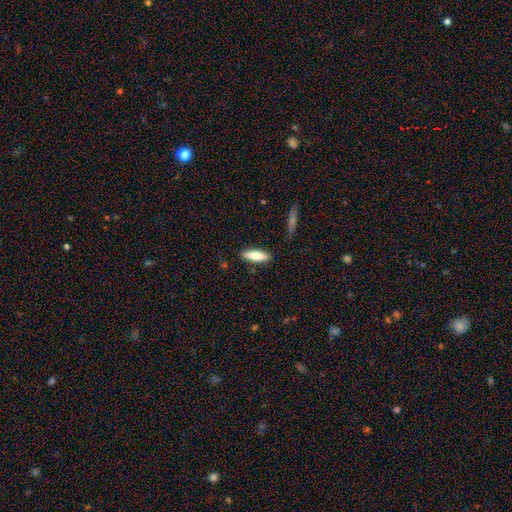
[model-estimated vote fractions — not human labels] Smooth or featured? smooth (72%)
How rounded? cigar-shaped (58%)
Merging? none (87%)